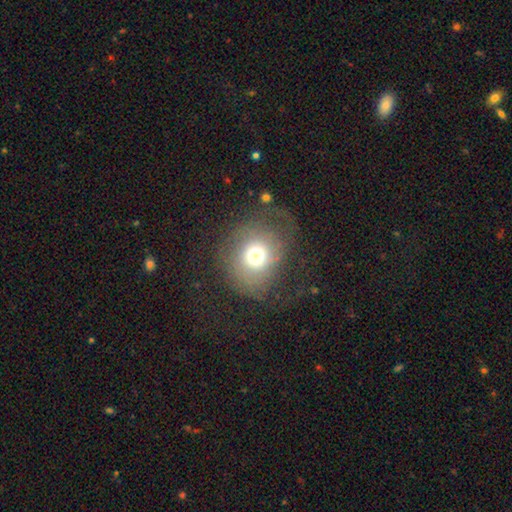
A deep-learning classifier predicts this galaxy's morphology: The model was most divided on "merging": none: 52%, major disturbance: 28%, minor disturbance: 18%, merger: 2%. More confident: how rounded — round (80%); smooth or featured — smooth (60%).